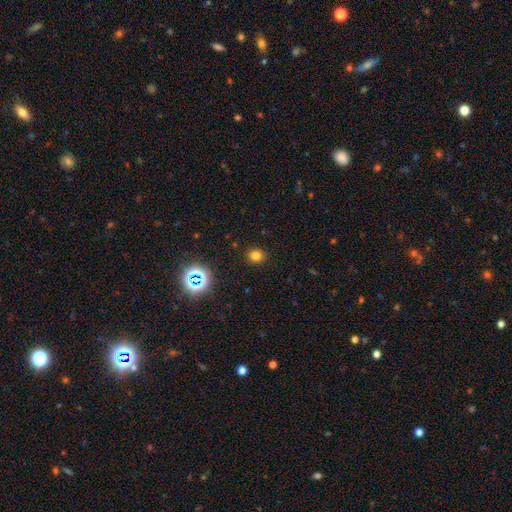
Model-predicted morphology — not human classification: smooth_or_featured: smooth (p=0.75) [alt: star or artifact p=0.19]
how_rounded: round (p=0.75) [alt: in between p=0.25]
merging: none (p=0.89) [alt: minor disturbance p=0.07]